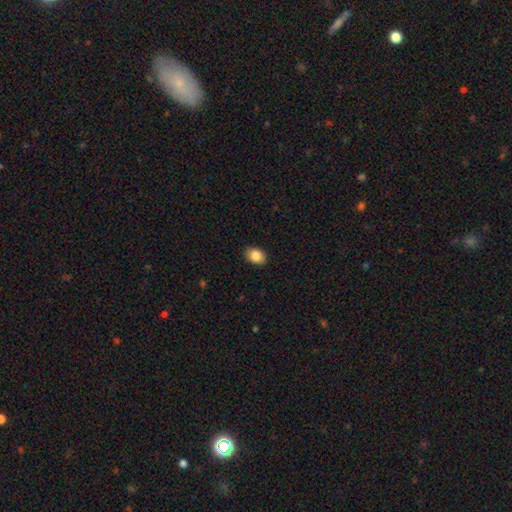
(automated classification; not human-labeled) A smooth galaxy with no disk features (86%) that is in between round and cigar-shaped (73%). Merging: none (90%).